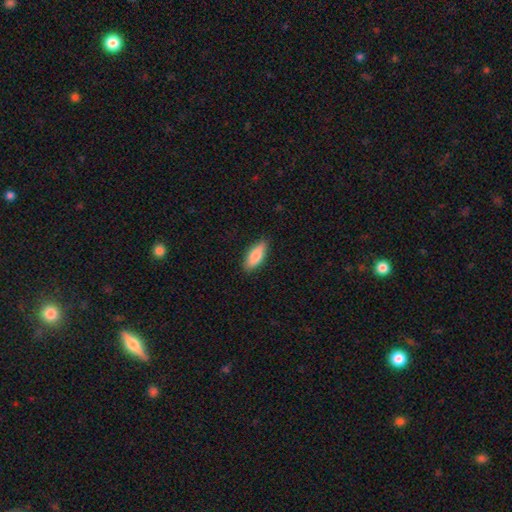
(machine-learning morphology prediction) This appears to be a smooth galaxy with no disk features (83%) that is in between round and cigar-shaped (68%). Merging: none (87%).